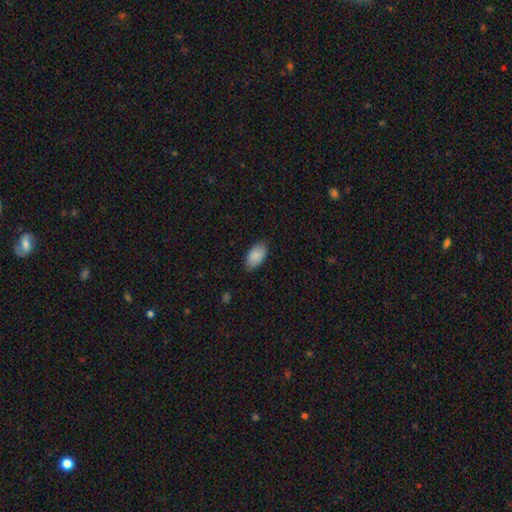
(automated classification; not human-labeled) Smooth or featured? smooth (89%)
How rounded? in between (95%)
Merging? none (84%)